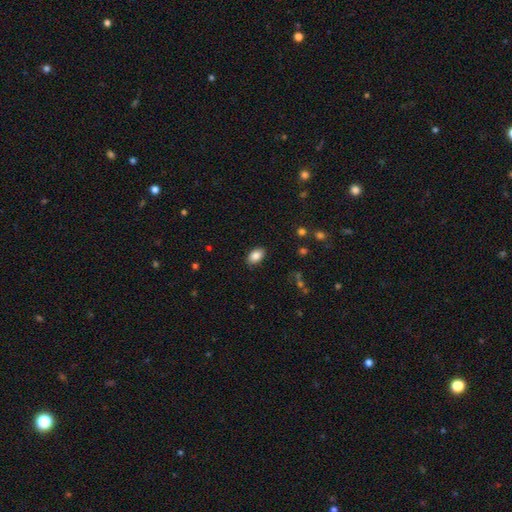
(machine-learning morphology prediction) type=smooth (86%); roundness=in between (91%); merging=none (87%).